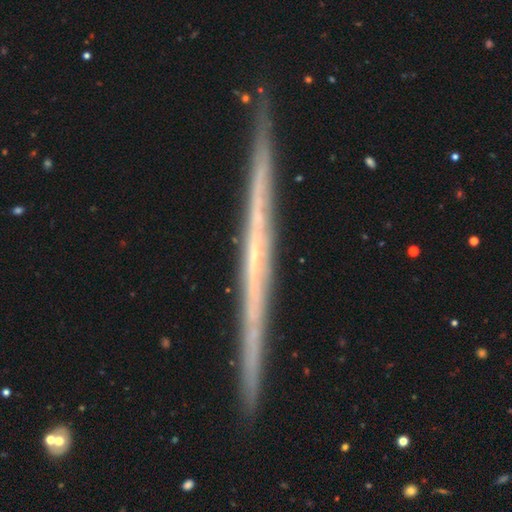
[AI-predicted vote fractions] Morphology: type=featured or disk (78%); edge-on=yes (98%); edge-on bulge=none (86%); merging=none (91%).